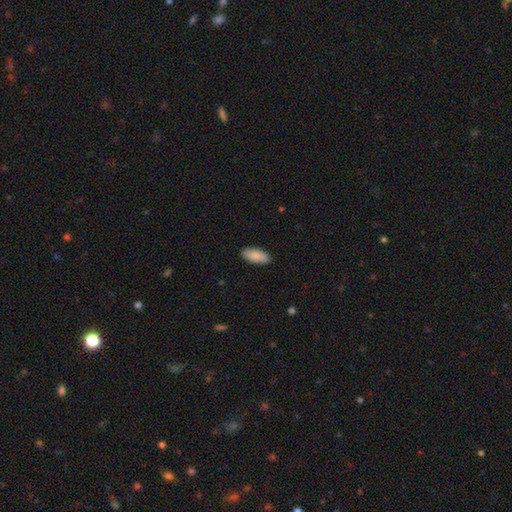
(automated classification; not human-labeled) This is clearly a smooth galaxy (89%). How rounded: clearly in between (87%). Merging: clearly none (89%).